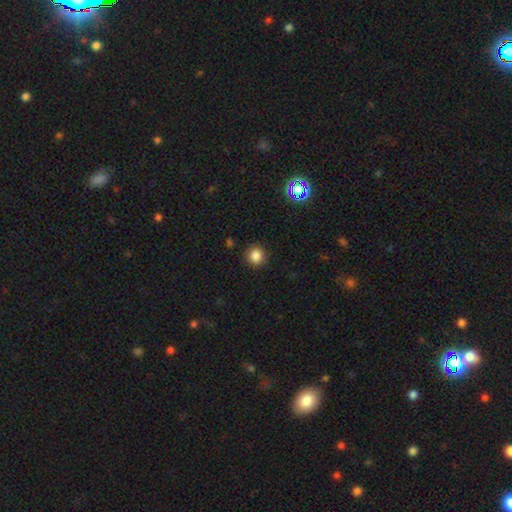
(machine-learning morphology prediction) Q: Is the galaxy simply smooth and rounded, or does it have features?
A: smooth — 84%.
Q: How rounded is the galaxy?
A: round — 92%.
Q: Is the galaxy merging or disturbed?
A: none — 90%.